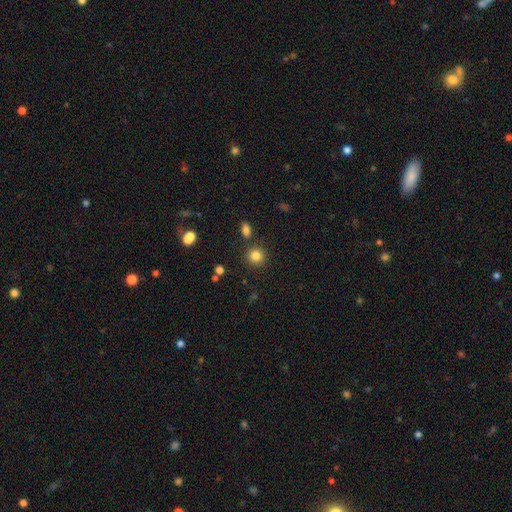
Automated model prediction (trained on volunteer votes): smooth 82%, star or artifact 12%, featured or disk 6%. Down the decision tree: how rounded — round (89%); merging — none (84%).